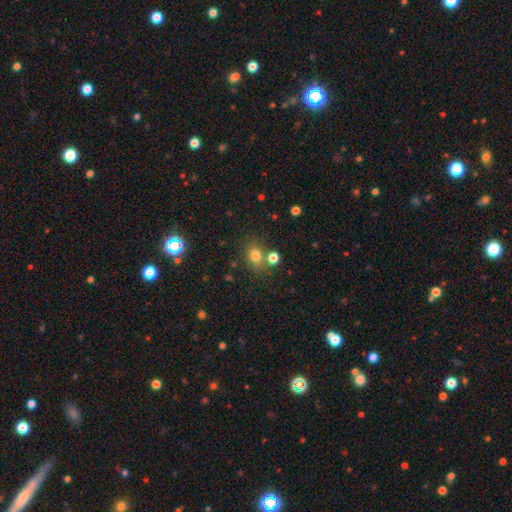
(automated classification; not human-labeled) Smooth or featured?
  - smooth: 76% *
  - star or artifact: 15%
  - featured or disk: 9%
How rounded?
  - in between: 49% * (tied)
  - round: 49% * (tied)
  - cigar-shaped: 2%
Merging?
  - none: 66% *
  - merger: 17%
  - minor disturbance: 12%
  - major disturbance: 5%